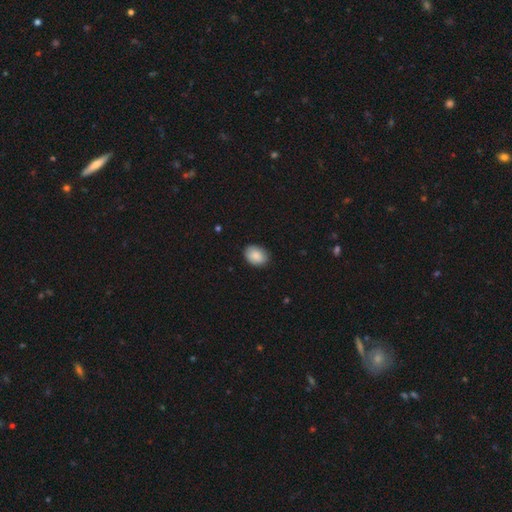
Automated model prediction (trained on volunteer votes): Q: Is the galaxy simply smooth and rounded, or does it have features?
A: smooth — 88%.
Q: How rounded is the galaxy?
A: in between — 77%.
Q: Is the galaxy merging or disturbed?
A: none — 85%.